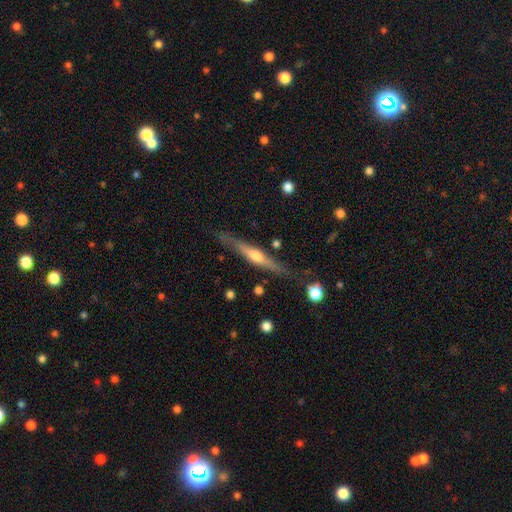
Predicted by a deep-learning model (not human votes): Smooth or featured? featured or disk (70%)
Edge-on disk? yes (96%)
Edge-on bulge? rounded (88%)
Merging? none (81%)